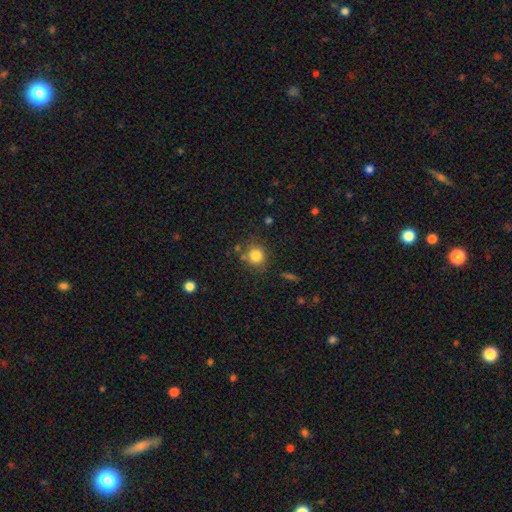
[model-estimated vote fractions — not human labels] This appears to be a smooth galaxy with no disk features (82%) that is round (86%). Merging: none (76%).